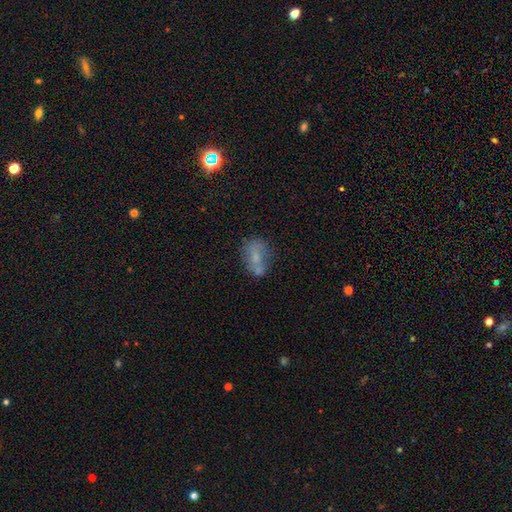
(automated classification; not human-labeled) smooth-or-featured: smooth: 59% | featured or disk: 30% | star or artifact: 11%
  how-rounded: in between: 70% | round: 28% | cigar-shaped: 3%
  merging: none: 43% | merger: 27% | minor disturbance: 20% | major disturbance: 10%